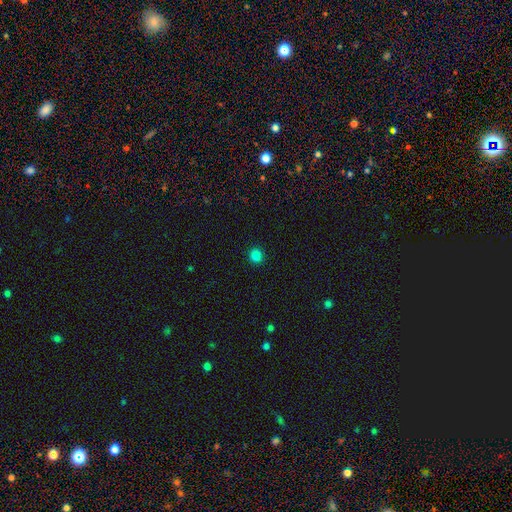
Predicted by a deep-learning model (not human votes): smooth-or-featured: smooth: 84% | star or artifact: 13% | featured or disk: 3%
  how-rounded: round: 90% | in between: 9% | cigar-shaped: 1%
  merging: none: 93% | minor disturbance: 5% | major disturbance: 2% | merger: 1%